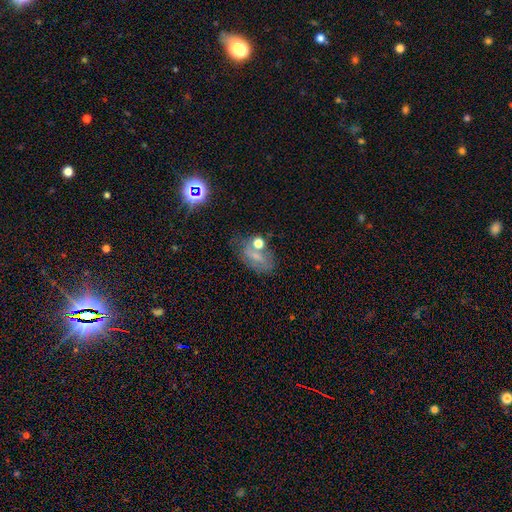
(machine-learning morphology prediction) Q: Smooth or featured?
A: smooth (44%); runner-up: featured or disk (31%)
Q: Merging?
A: none (54%); runner-up: minor disturbance (22%)